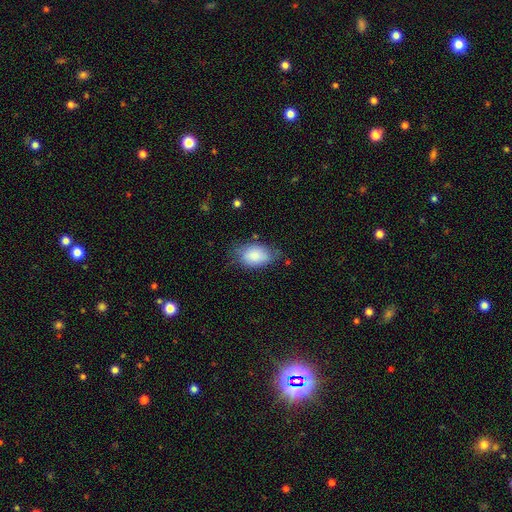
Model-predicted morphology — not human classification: Smooth or featured: smooth — 83% (featured or disk — 10%)
How rounded: in between — 88% (round — 10%)
Merging: none — 57% (minor disturbance — 32%)